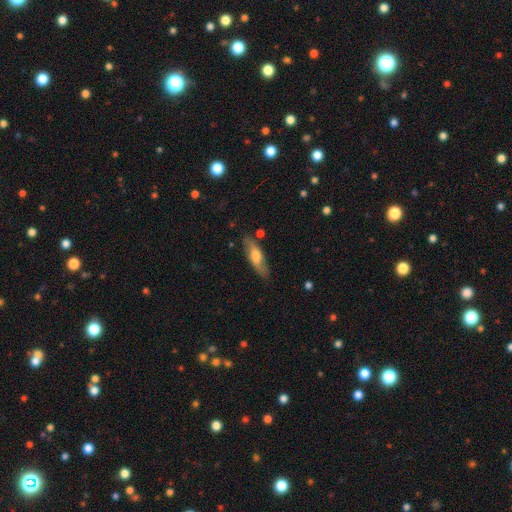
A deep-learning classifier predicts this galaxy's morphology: smooth 55%, featured or disk 39%, star or artifact 6%. Down the decision tree: how rounded — in between (50%); merging — none (80%).